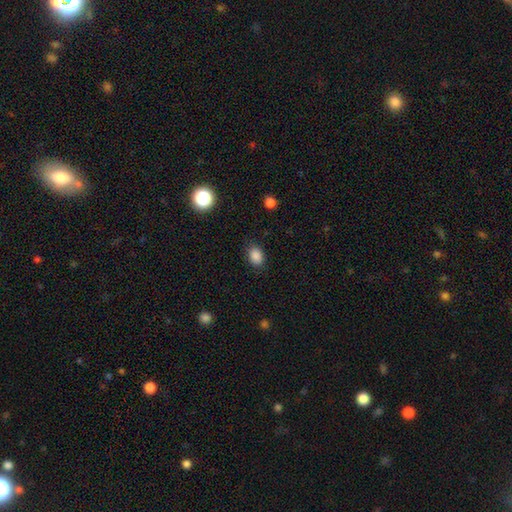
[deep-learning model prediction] Smooth or featured? smooth (86%)
How rounded? in between (71%)
Merging? none (84%)